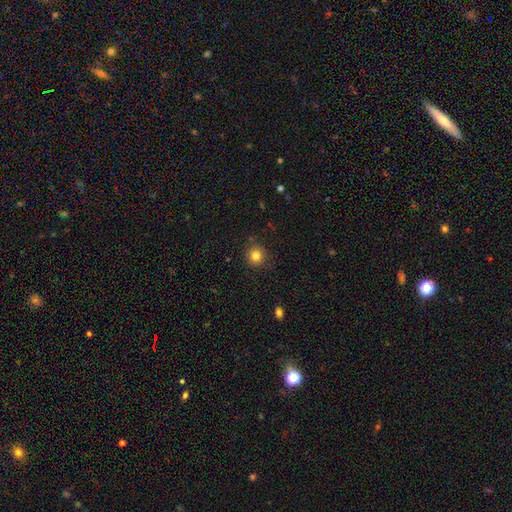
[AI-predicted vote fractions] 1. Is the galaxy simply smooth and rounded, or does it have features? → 82% smooth, 12% star or artifact, 6% featured or disk.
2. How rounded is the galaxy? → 93% round, 6% in between, 1% cigar-shaped.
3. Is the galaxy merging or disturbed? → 88% none, 8% minor disturbance, 3% major disturbance, 1% merger.